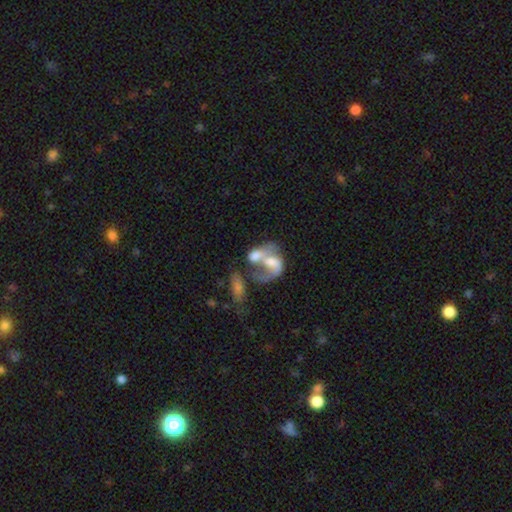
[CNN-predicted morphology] Overall: featured or disk (53%; smooth 38%). Edge-on disk: no (96%). Bar: no (59%; weak 30%). Spiral arms: yes (58%; no 42%). Bulge size: moderate (42%; small 21%). Merging: merger (68%).